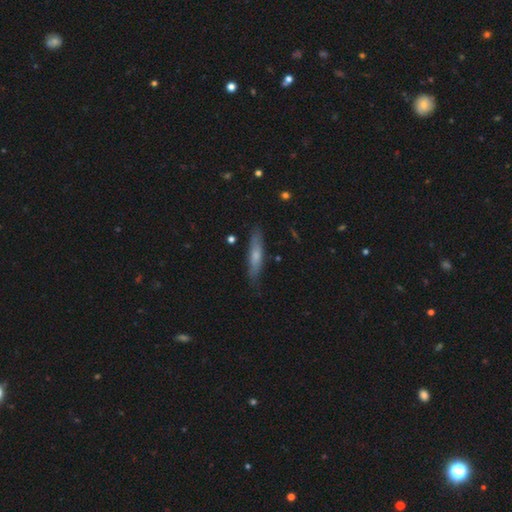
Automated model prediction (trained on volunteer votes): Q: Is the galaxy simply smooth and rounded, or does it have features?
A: smooth — 58%.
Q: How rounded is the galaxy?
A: cigar-shaped — 86%.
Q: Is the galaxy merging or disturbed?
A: none — 82%.